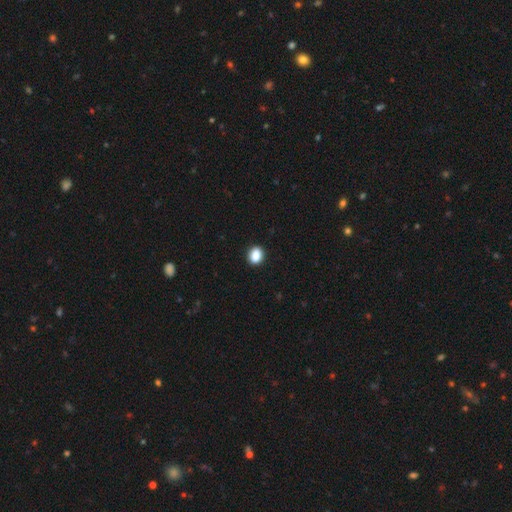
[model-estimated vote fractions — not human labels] Smooth or featured? Predicted: smooth (p=0.88). How rounded? Predicted: in between (p=0.54). Merging? Predicted: none (p=0.90).